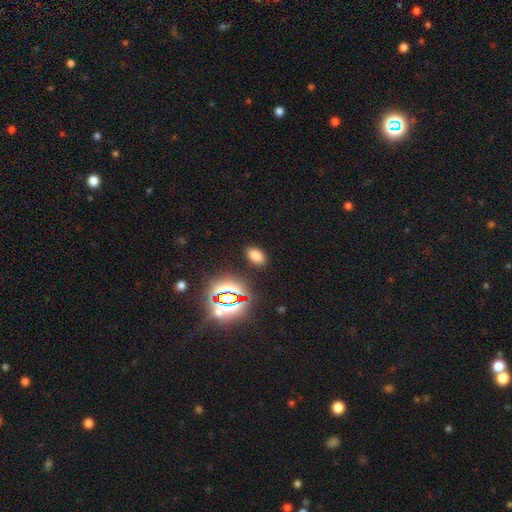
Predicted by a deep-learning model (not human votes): Smooth or featured? smooth (71%)
How rounded? in between (90%)
Merging? none (87%)